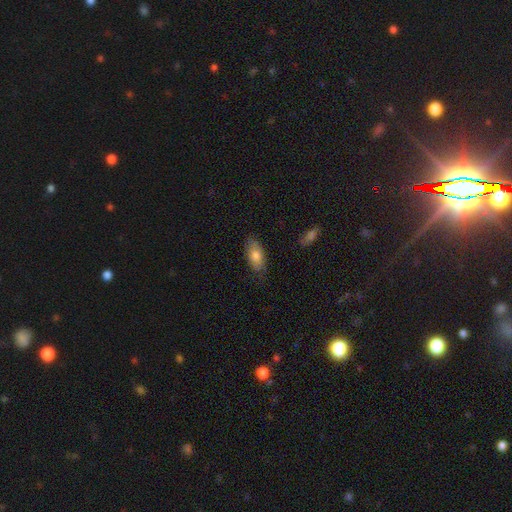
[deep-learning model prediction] The model was most divided on "smooth or featured": smooth: 74%, featured or disk: 20%, star or artifact: 6%. More confident: how rounded — in between (91%); merging — none (75%).